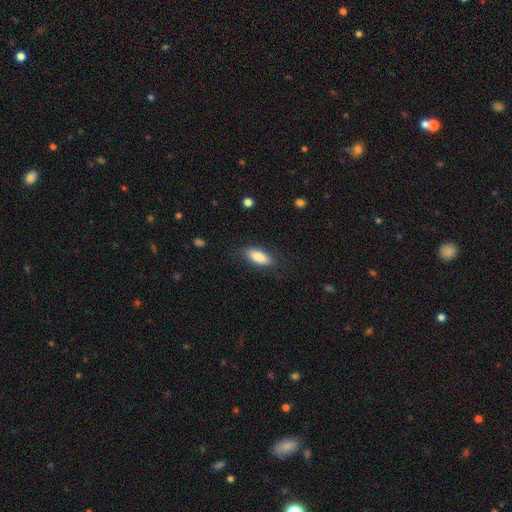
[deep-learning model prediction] Morphology: type=smooth (85%); roundness=in between (74%); merging=none (81%).